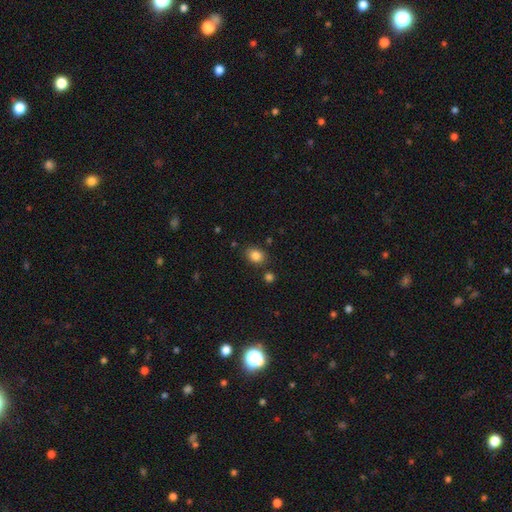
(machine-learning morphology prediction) This is clearly a smooth galaxy (84%). How rounded: possibly in between (53%). Merging: clearly none (81%).